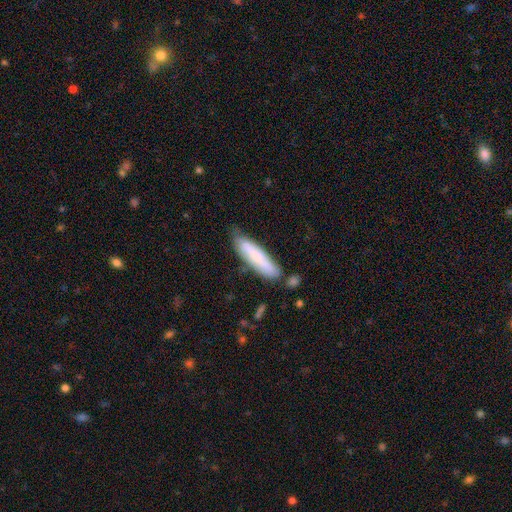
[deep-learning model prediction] Q: Smooth or featured?
A: smooth (71%); runner-up: featured or disk (22%)
Q: How rounded?
A: cigar-shaped (78%); runner-up: in between (21%)
Q: Merging?
A: none (69%); runner-up: minor disturbance (21%)